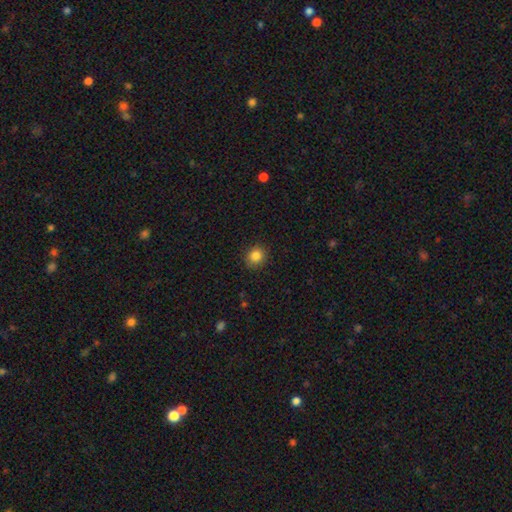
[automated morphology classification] smooth 85%, star or artifact 11%, featured or disk 5%. Down the decision tree: how rounded — round (80%); merging — none (89%).